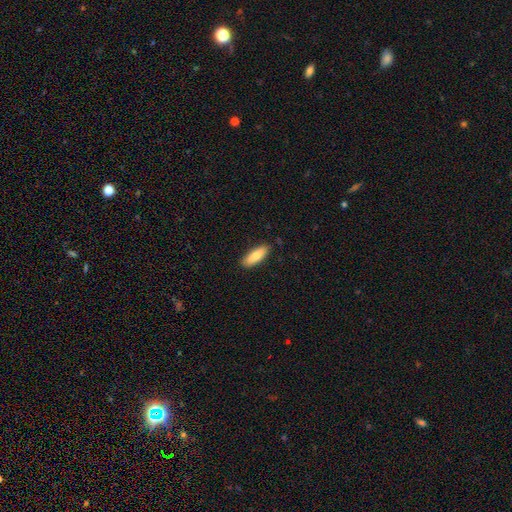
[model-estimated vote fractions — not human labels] smooth_or_featured: smooth (p=0.79) [alt: featured or disk p=0.15]
how_rounded: in between (p=0.66) [alt: cigar-shaped p=0.33]
merging: none (p=0.87) [alt: minor disturbance p=0.10]